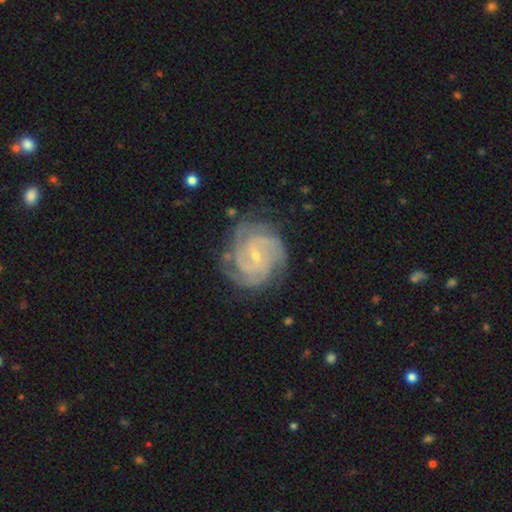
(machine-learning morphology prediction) A featured or disk galaxy (88%) with no bar (53%), 3 (27%) tight (71%) spiral arms (98%) and a small central bulge (78%).

Vote fractions:
- Smooth or featured? featured or disk: 88% / smooth: 6% / star or artifact: 6%
- Edge-on disk? no: 98% / yes: 2%
- Bar? no: 53% / weak: 37% / strong: 10%
- Spiral arms? yes: 98% / no: 2%
- Spiral winding? tight: 71% / medium: 26% / loose: 4%
- Spiral arm count? 3: 27% / 4: 26% / can't tell: 19% / 2: 15% / more than 4: 7% / 1: 6%
- Bulge size? small: 78% / moderate: 18% / none: 2% / large: 1% / dominant: 1%
- Merging? none: 74% / minor disturbance: 18% / major disturbance: 6% / merger: 1%